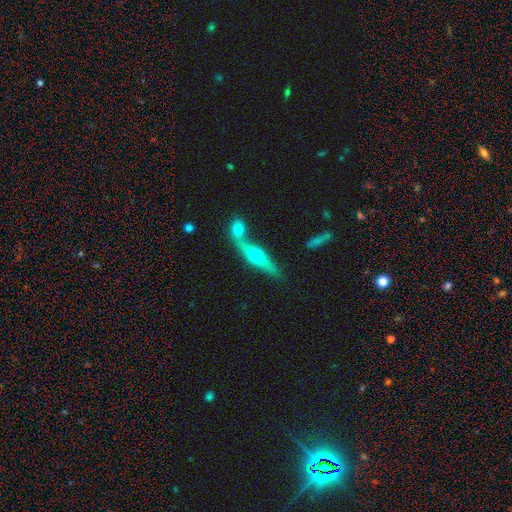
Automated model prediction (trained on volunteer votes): featured or disk 53%, smooth 40%, star or artifact 7%. Down the decision tree: edge-on disk — yes (84%); merging — merger (46%).